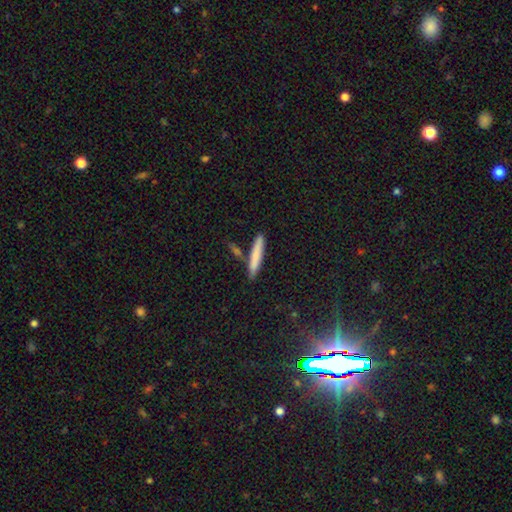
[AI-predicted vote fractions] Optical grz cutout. It shows a smooth galaxy with no disk features (77%) that is cigar-shaped (93%). Merging: none (79%).